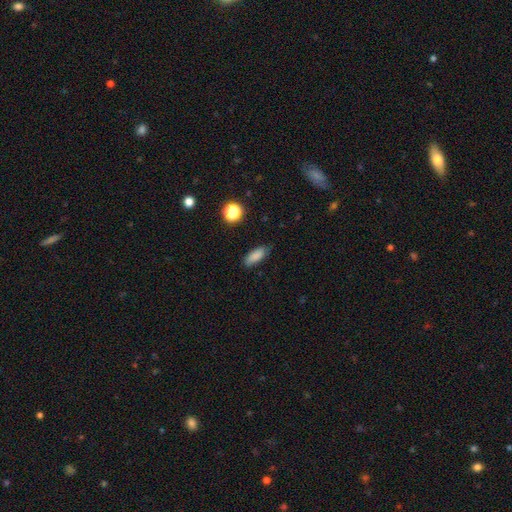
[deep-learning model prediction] This is clearly a smooth galaxy (84%). How rounded: likely in between (69%). Merging: clearly none (80%).